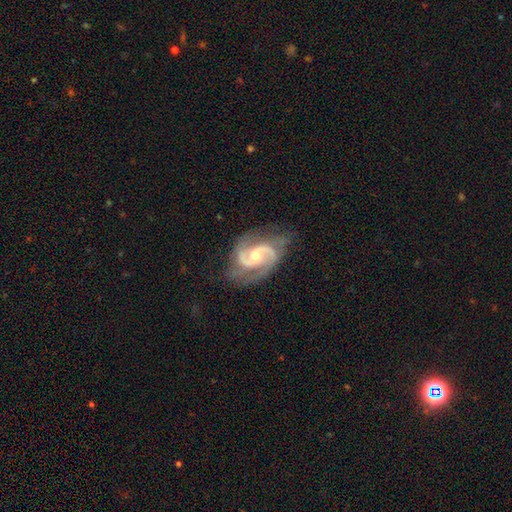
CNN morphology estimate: Q: Smooth or featured?
A: featured or disk (93%); runner-up: star or artifact (4%)
Q: Edge-on disk?
A: no (98%); runner-up: yes (2%)
Q: Bar?
A: no (53%); runner-up: weak (37%)
Q: Spiral arms?
A: yes (98%); runner-up: no (2%)
Q: Spiral winding?
A: medium (61%); runner-up: tight (24%)
Q: Spiral arm count?
A: 2 (88%); runner-up: 3 (6%)
Q: Bulge size?
A: moderate (55%); runner-up: small (42%)
Q: Merging?
A: none (71%); runner-up: minor disturbance (20%)